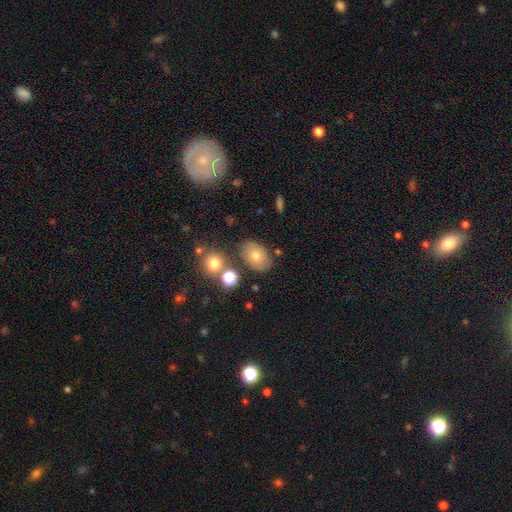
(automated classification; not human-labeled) Smooth or featured: smooth — 73% (featured or disk — 16%)
How rounded: in between — 80% (round — 19%)
Merging: none — 75% (minor disturbance — 13%)